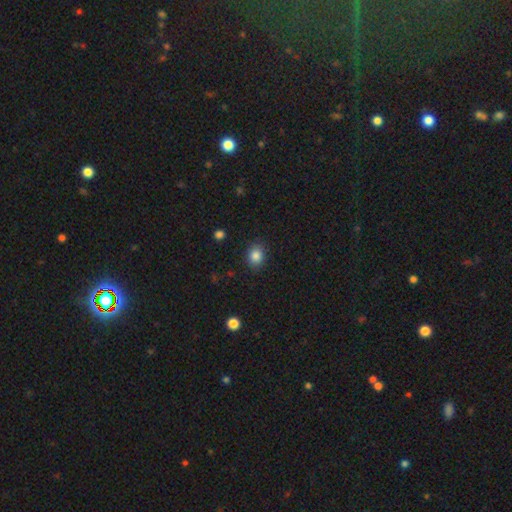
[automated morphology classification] Overall: smooth (85%). How rounded: round (58%; in between 41%). Merging: none (87%).